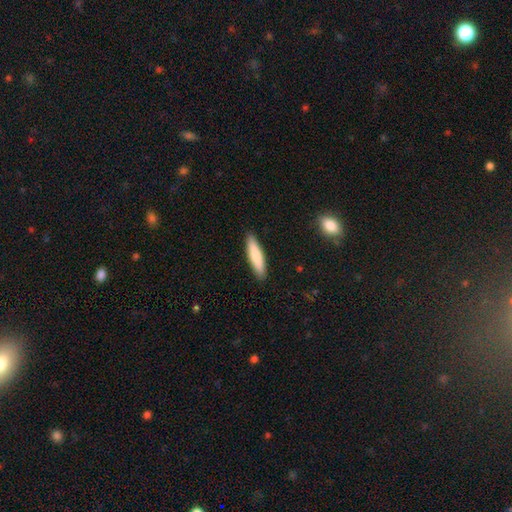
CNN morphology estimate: Overall: smooth (81%). How rounded: cigar-shaped (79%). Merging: none (90%).